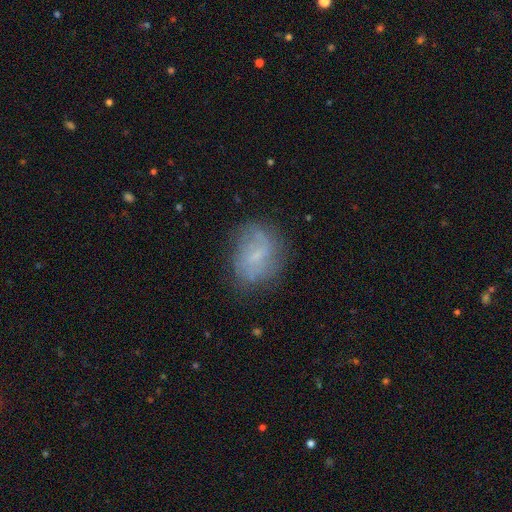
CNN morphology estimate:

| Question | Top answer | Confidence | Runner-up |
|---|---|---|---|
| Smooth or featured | featured or disk | 47% | smooth (41%) |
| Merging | none | 66% | minor disturbance (22%) |